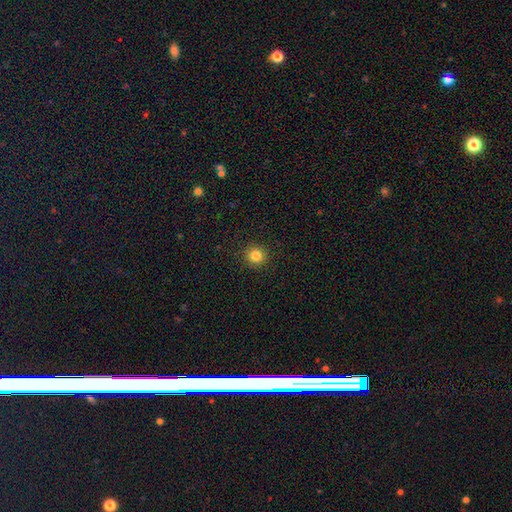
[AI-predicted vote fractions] Smooth or featured?
  - smooth: 83% *
  - star or artifact: 12%
  - featured or disk: 5%
How rounded?
  - round: 94% *
  - in between: 5%
  - cigar-shaped: 1%
Merging?
  - none: 92% *
  - minor disturbance: 5%
  - major disturbance: 2%
  - merger: 1%